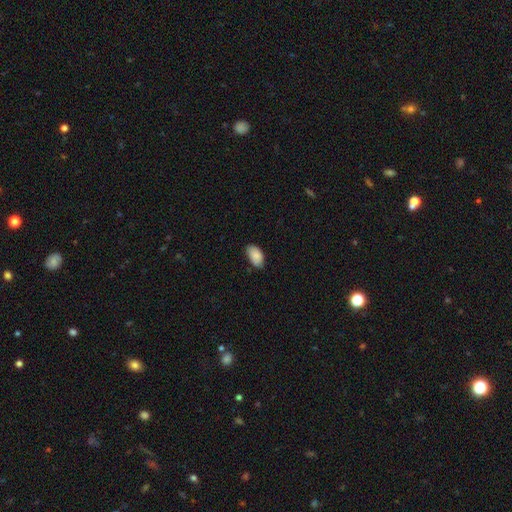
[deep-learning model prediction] Smooth or featured? Predicted: smooth (p=0.88). How rounded? Predicted: in between (p=0.94). Merging? Predicted: none (p=0.73).